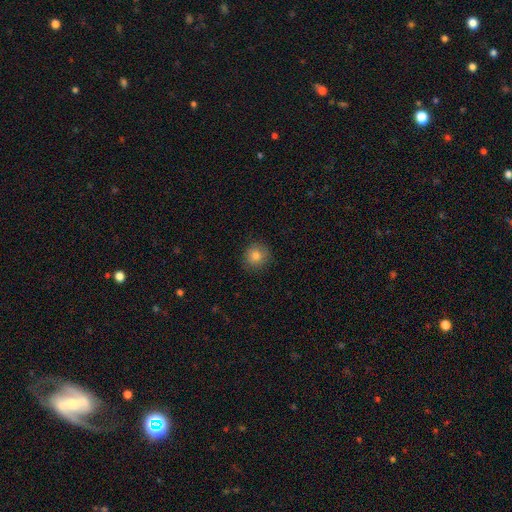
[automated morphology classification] smooth_or_featured: smooth (p=0.82) [alt: star or artifact p=0.11]
how_rounded: round (p=0.90) [alt: in between p=0.09]
merging: none (p=0.88) [alt: minor disturbance p=0.09]